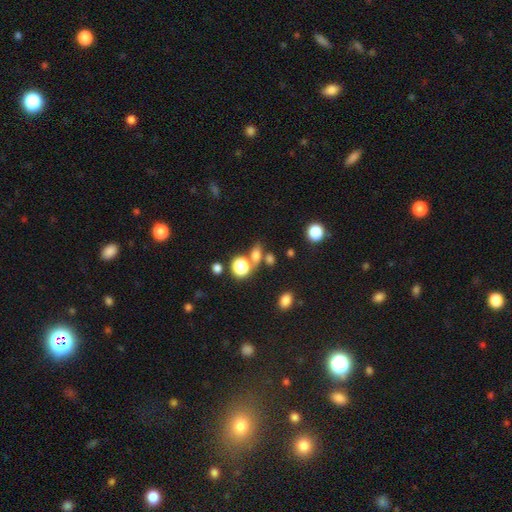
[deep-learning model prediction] Morphology: type=smooth (68%); roundness=in between (58%); merging=none (55%).